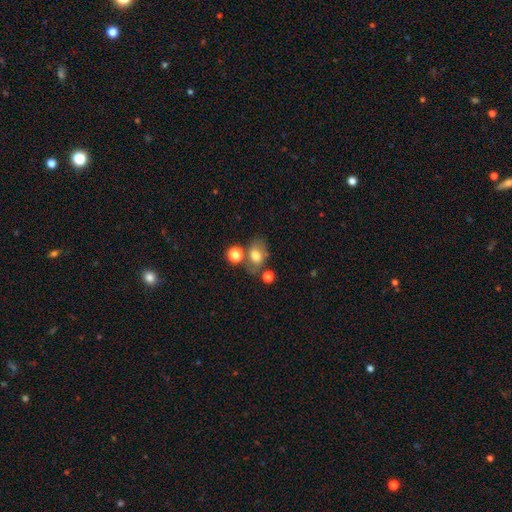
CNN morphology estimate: Smooth or featured? smooth (70%)
How rounded? in between (71%)
Merging? none (54%)